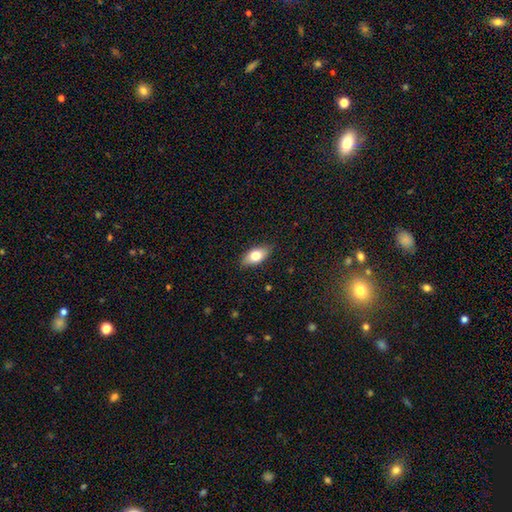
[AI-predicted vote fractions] smooth 75%, featured or disk 18%, star or artifact 7%. Down the decision tree: how rounded — in between (88%); merging — none (87%).